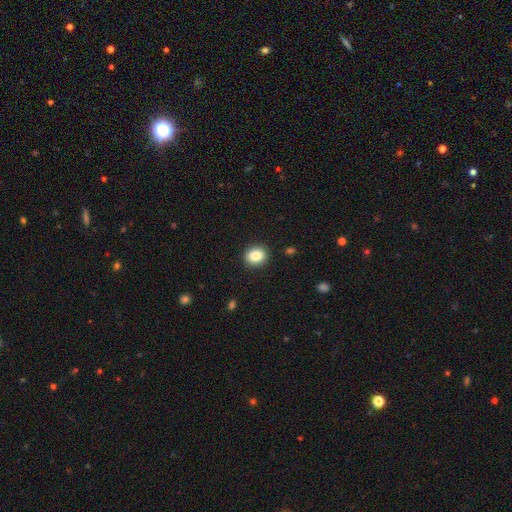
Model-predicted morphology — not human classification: type=smooth (85%); roundness=round (65%); merging=none (90%).